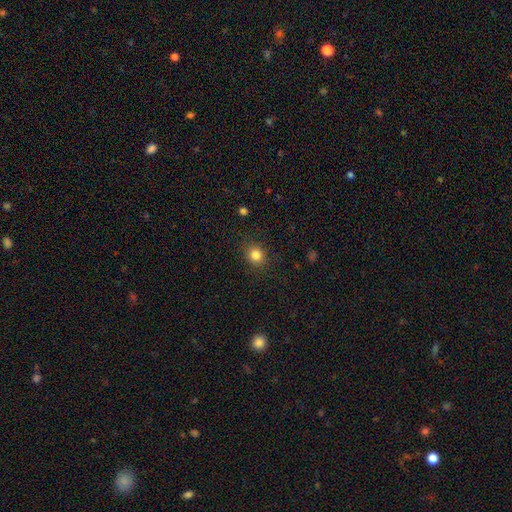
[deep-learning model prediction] Overall: smooth (83%). How rounded: round (85%). Merging: none (88%).